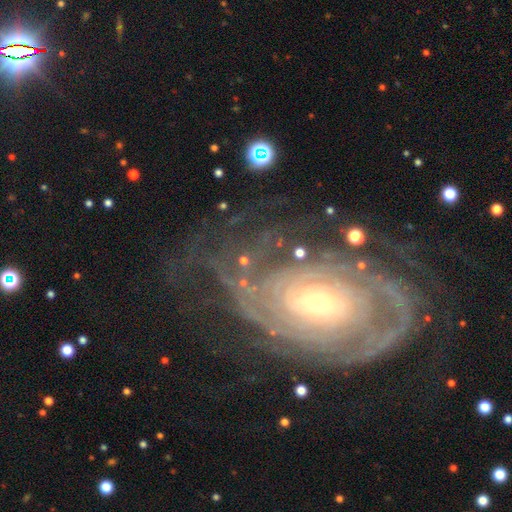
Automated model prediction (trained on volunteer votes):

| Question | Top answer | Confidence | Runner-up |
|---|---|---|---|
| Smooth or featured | featured or disk | 86% | smooth (7%) |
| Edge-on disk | no | 96% | yes (4%) |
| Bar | no | 69% | weak (22%) |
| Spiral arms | yes | 94% | no (6%) |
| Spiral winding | tight | 72% | medium (22%) |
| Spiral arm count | can't tell | 38% | 2 (20%) |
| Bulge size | small | 66% | moderate (27%) |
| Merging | none | 64% | minor disturbance (17%) |